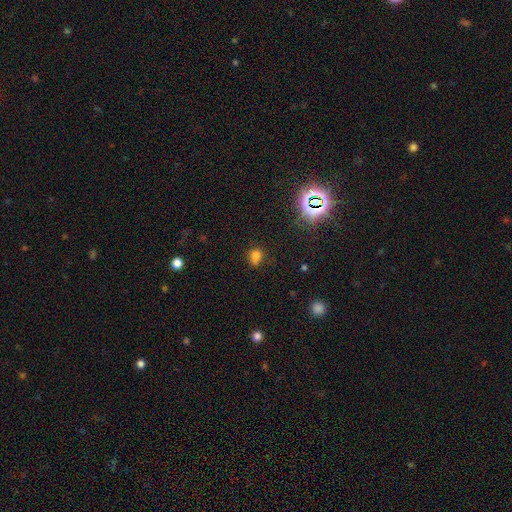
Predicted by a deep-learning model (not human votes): This is likely a smooth galaxy (70%). How rounded: possibly round (55%). Merging: possibly none (57%).